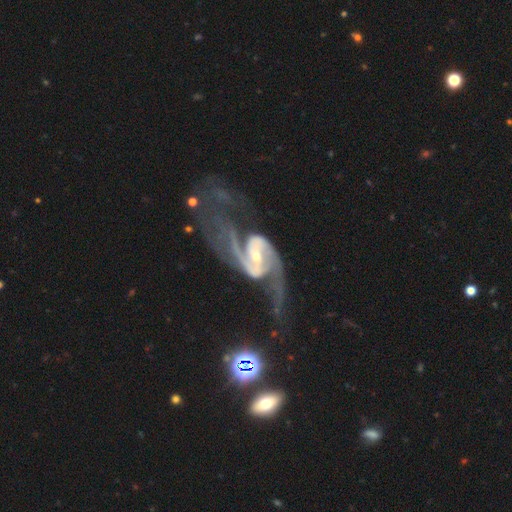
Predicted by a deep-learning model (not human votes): Smooth or featured? featured or disk (93%)
Edge-on disk? no (97%)
Bar? strong (43%)
Spiral arms? yes (98%)
Spiral winding? loose (48%)
Spiral arm count? 2 (91%)
Bulge size? small (55%)
Merging? none (40%)